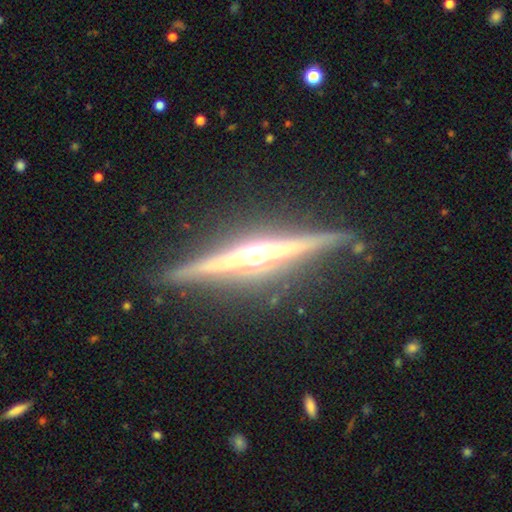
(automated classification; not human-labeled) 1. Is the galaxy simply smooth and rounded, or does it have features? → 88% featured or disk, 7% smooth, 5% star or artifact.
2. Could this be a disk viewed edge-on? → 98% yes, 2% no.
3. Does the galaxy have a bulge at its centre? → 83% rounded, 9% boxy, 8% none.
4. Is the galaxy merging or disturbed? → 87% none, 10% minor disturbance, 2% major disturbance, 2% merger.